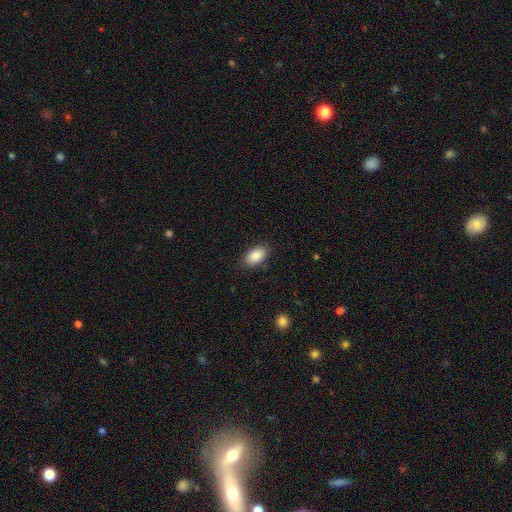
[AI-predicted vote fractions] smooth-or-featured: smooth: 89% | star or artifact: 7% | featured or disk: 4%
  how-rounded: in between: 93% | round: 5% | cigar-shaped: 2%
  merging: none: 86% | minor disturbance: 10% | major disturbance: 3% | merger: 1%